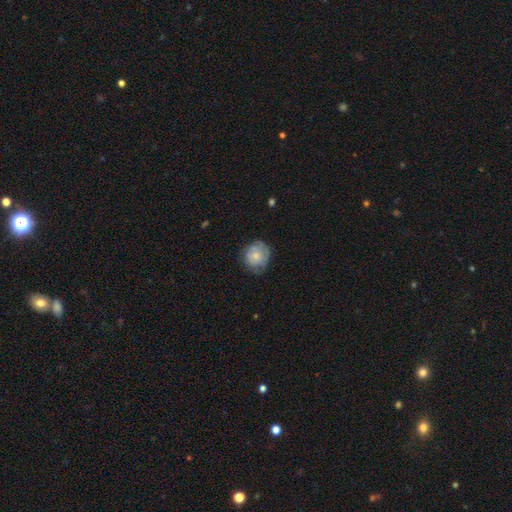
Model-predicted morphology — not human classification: smooth-or-featured: smooth: 64% | featured or disk: 29% | star or artifact: 8%
  how-rounded: round: 79% | in between: 20% | cigar-shaped: 1%
  merging: none: 63% | minor disturbance: 27% | major disturbance: 9% | merger: 1%